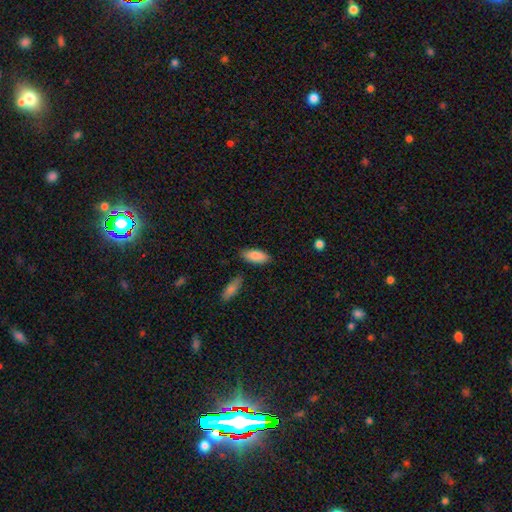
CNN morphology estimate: smooth-or-featured: smooth: 87% | featured or disk: 7% | star or artifact: 6%
  how-rounded: in between: 86% | cigar-shaped: 12% | round: 2%
  merging: none: 77% | minor disturbance: 16% | merger: 4% | major disturbance: 3%